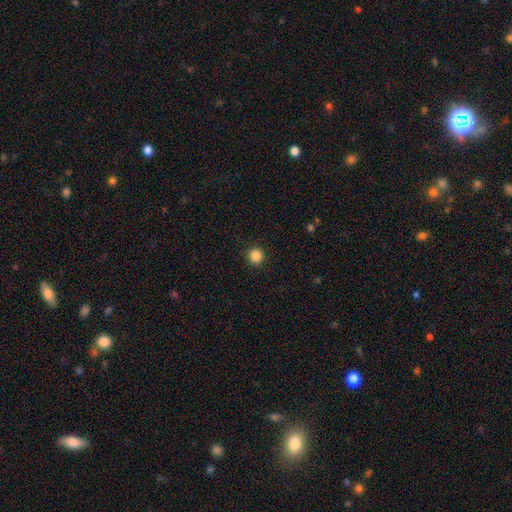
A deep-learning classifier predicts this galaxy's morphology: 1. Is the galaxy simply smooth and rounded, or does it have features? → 87% smooth, 10% star or artifact, 3% featured or disk.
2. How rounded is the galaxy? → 94% round, 5% in between, 1% cigar-shaped.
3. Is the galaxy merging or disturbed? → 92% none, 5% minor disturbance, 2% major disturbance, 1% merger.